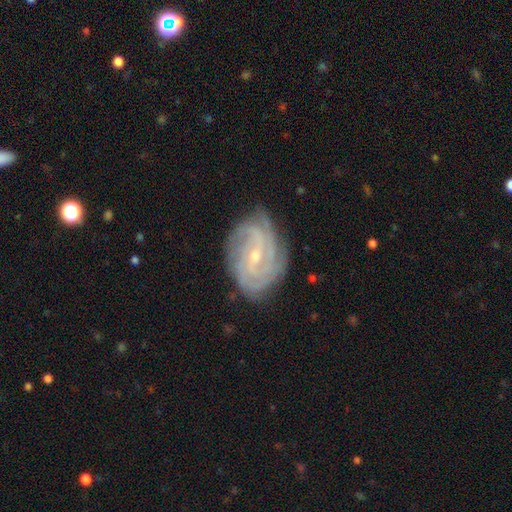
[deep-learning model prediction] Smooth or featured: featured or disk — 88% (smooth — 6%)
Edge-on disk: no — 97% (yes — 3%)
Bar: weak — 50% (no — 31%)
Spiral arms: yes — 97% (no — 3%)
Spiral winding: tight — 72% (medium — 24%)
Spiral arm count: can't tell — 25% (4 — 24%)
Bulge size: small — 70% (moderate — 27%)
Merging: none — 78% (minor disturbance — 17%)